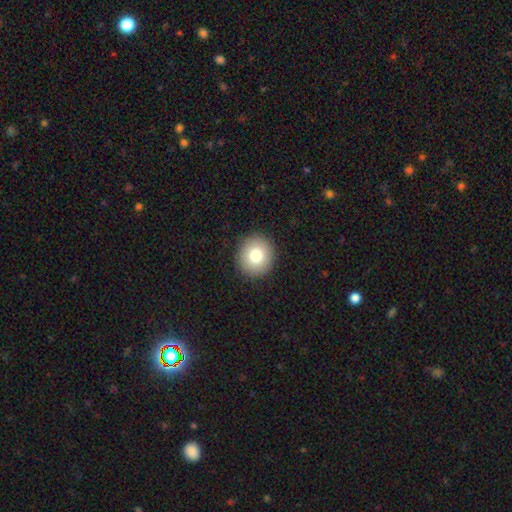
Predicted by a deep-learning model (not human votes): Smooth or featured? Predicted: smooth (p=0.79). How rounded? Predicted: round (p=0.85). Merging? Predicted: none (p=0.92).